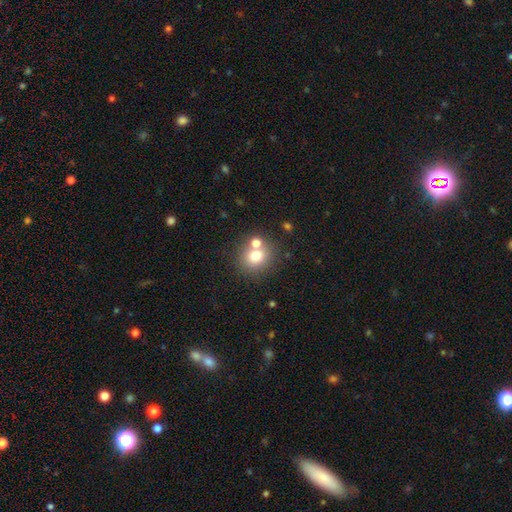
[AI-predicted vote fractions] Q: Smooth or featured?
A: smooth (73%); runner-up: featured or disk (13%)
Q: How rounded?
A: round (79%); runner-up: in between (20%)
Q: Merging?
A: none (60%); runner-up: merger (28%)